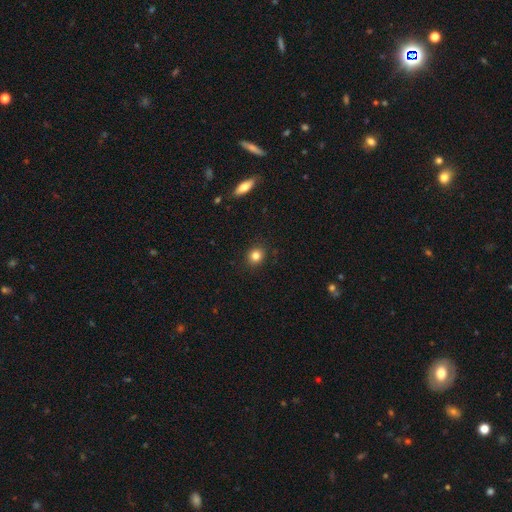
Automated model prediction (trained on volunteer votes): A smooth galaxy with no disk features (83%) that is round (83%). Merging: none (91%).